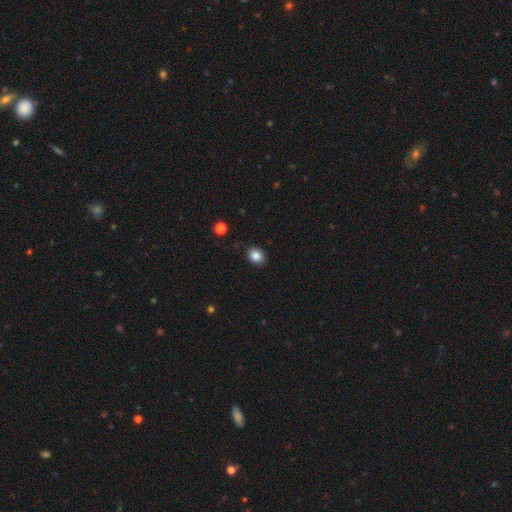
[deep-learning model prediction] Morphology: type=smooth (86%); roundness=in between (55%); merging=none (87%).